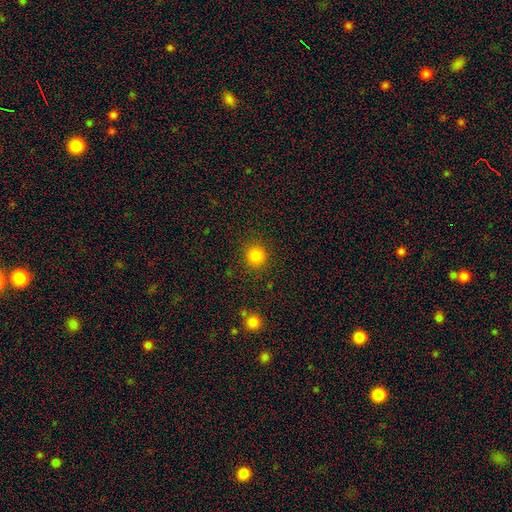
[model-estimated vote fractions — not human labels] smooth 84%, star or artifact 12%, featured or disk 4%. Down the decision tree: how rounded — round (93%); merging — none (90%).